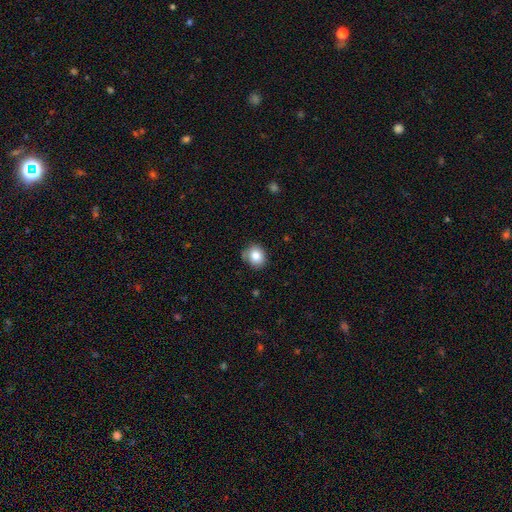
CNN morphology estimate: Overall: smooth (83%). How rounded: round (72%). Merging: none (73%).